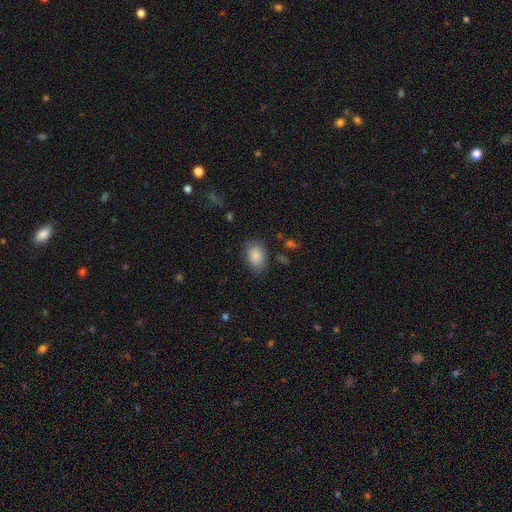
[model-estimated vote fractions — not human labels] Smooth or featured? Predicted: smooth (p=0.87). How rounded? Predicted: in between (p=0.78). Merging? Predicted: none (p=0.78).